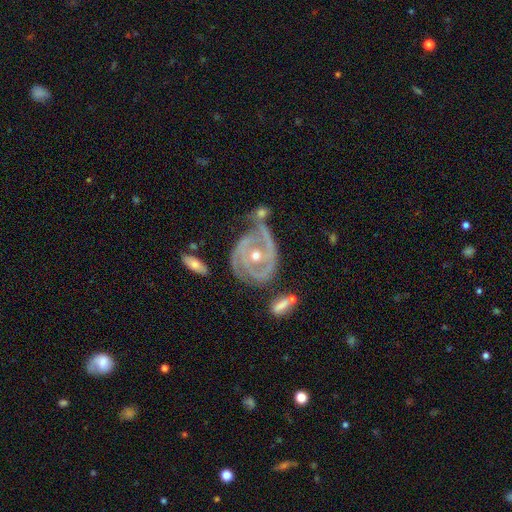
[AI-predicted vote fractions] smooth_or_featured: featured or disk (p=0.89) [alt: smooth p=0.06]
disk_edge_on: no (p=0.97) [alt: yes p=0.03]
bar: no (p=0.61) [alt: weak p=0.27]
has_spiral_arms: yes (p=0.94) [alt: no p=0.06]
spiral_winding: tight (p=0.68) [alt: medium p=0.25]
spiral_arm_count: 2 (p=0.41) [alt: 3 p=0.23]
bulge_size: moderate (p=0.58) [alt: small p=0.40]
merging: none (p=0.44) [alt: minor disturbance p=0.27]